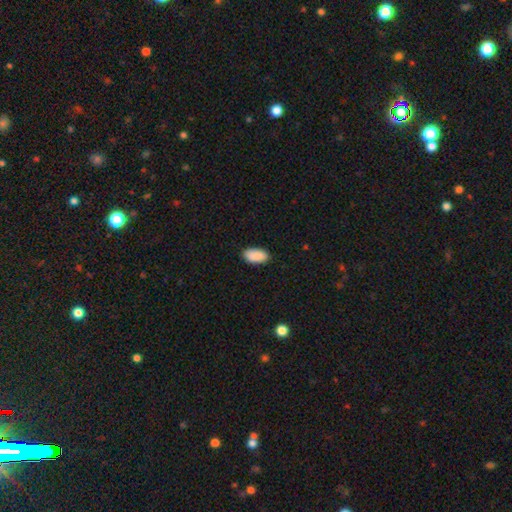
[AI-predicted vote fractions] Smooth or featured? Predicted: smooth (p=0.90). How rounded? Predicted: in between (p=0.95). Merging? Predicted: none (p=0.87).